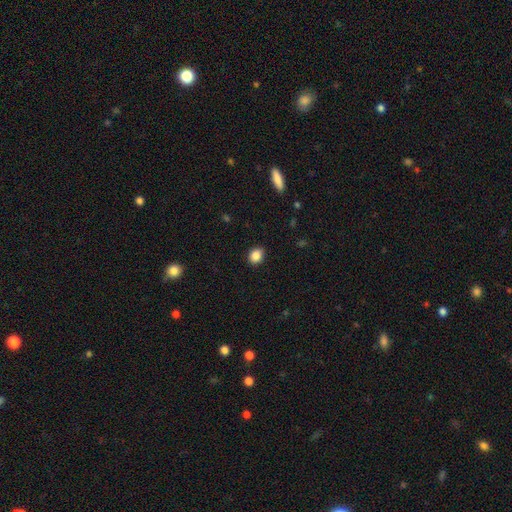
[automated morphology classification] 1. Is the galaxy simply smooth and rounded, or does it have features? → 87% smooth, 9% star or artifact, 4% featured or disk.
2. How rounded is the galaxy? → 50% in between, 49% round, 1% cigar-shaped.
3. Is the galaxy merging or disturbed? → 89% none, 8% minor disturbance, 2% major disturbance, 1% merger.